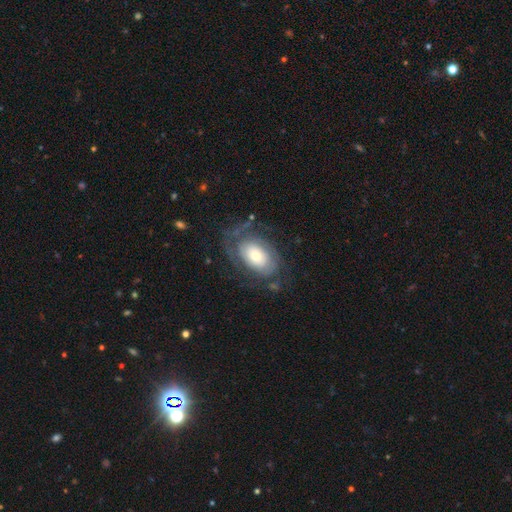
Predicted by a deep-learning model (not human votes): Q: Smooth or featured?
A: featured or disk (67%); runner-up: smooth (27%)
Q: Edge-on disk?
A: no (95%); runner-up: yes (5%)
Q: Bar?
A: no (80%); runner-up: weak (15%)
Q: Spiral arms?
A: yes (76%); runner-up: no (24%)
Q: Bulge size?
A: moderate (46%); runner-up: small (34%)
Q: Merging?
A: none (60%); runner-up: minor disturbance (19%)